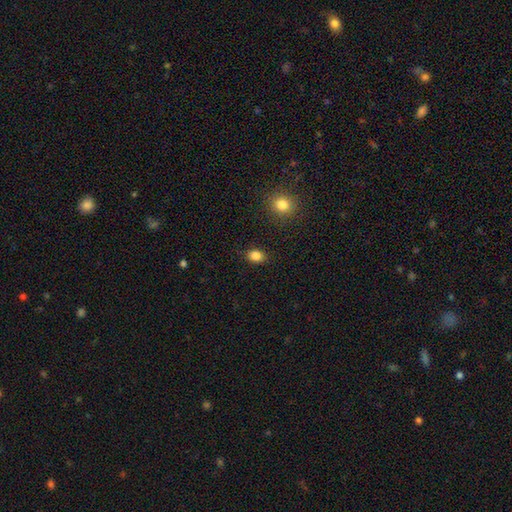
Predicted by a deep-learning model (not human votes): Morphology: type=smooth (85%); roundness=in between (53%); merging=none (87%).